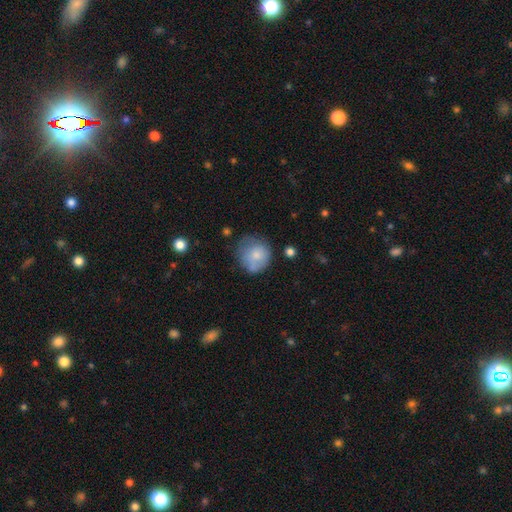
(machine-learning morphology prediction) Smooth or featured?
  - smooth: 76% *
  - featured or disk: 17%
  - star or artifact: 8%
How rounded?
  - round: 83% *
  - in between: 16%
  - cigar-shaped: 1%
Merging?
  - none: 52% *
  - minor disturbance: 30%
  - major disturbance: 12%
  - merger: 5%